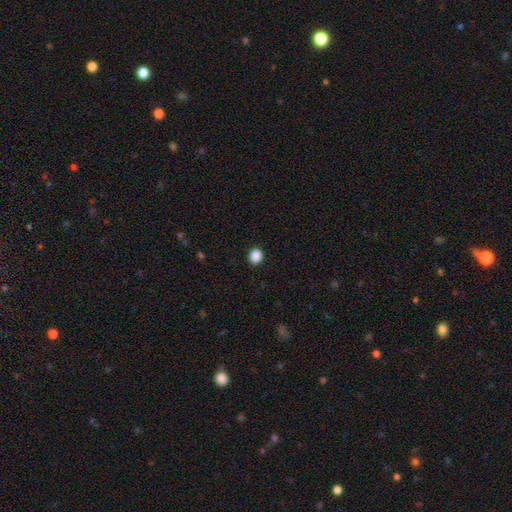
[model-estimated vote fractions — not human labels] smooth-or-featured: smooth: 88% | star or artifact: 9% | featured or disk: 2%
  how-rounded: round: 79% | in between: 20% | cigar-shaped: 1%
  merging: none: 92% | minor disturbance: 5% | major disturbance: 2% | merger: 1%